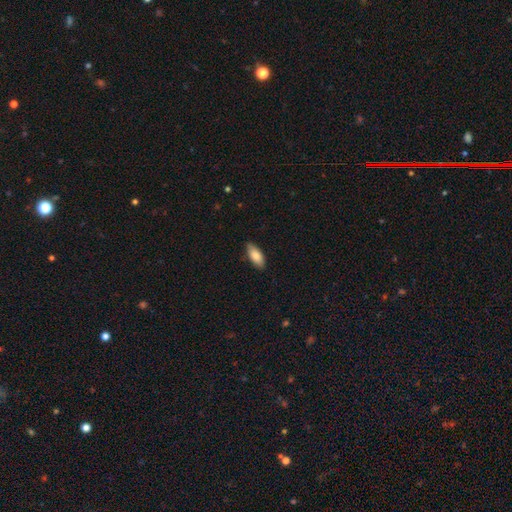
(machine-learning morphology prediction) Smooth or featured: smooth — 83% (featured or disk — 11%)
How rounded: in between — 85% (cigar-shaped — 13%)
Merging: none — 80% (minor disturbance — 17%)